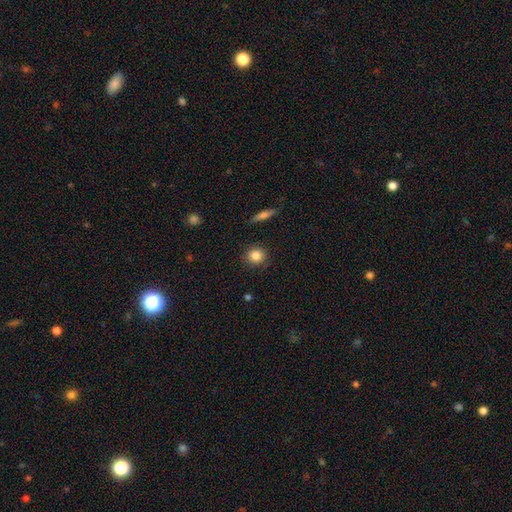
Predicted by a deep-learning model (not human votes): The model was most divided on "how rounded": round: 86%, in between: 13%, cigar-shaped: 2%. More confident: merging — none (89%); smooth or featured — smooth (85%).